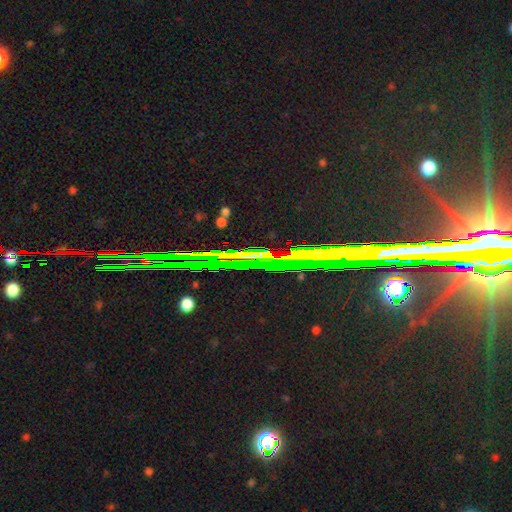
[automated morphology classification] Smooth or featured?
  - star or artifact: 80% *
  - featured or disk: 13%
  - smooth: 7%